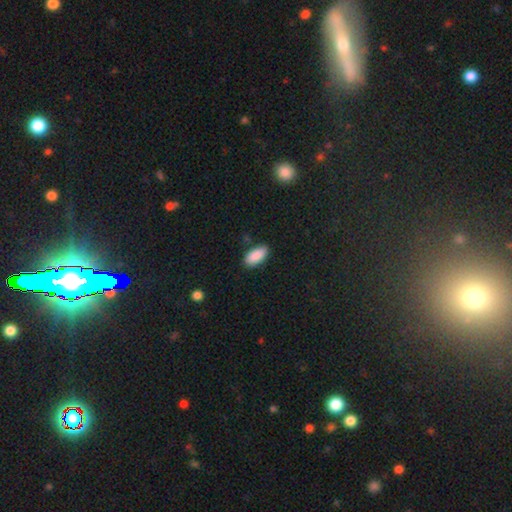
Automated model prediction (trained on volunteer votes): Smooth or featured? Predicted: smooth (p=0.90). How rounded? Predicted: in between (p=0.92). Merging? Predicted: none (p=0.84).